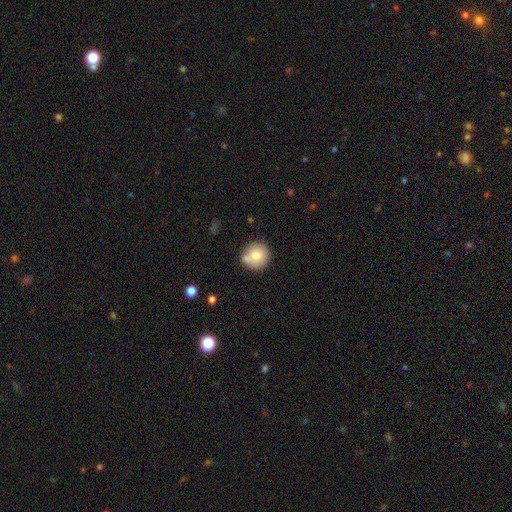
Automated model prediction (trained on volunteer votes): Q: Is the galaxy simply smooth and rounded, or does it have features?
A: smooth — 76%.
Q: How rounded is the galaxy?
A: round — 93%.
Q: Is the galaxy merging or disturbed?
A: none — 68%.